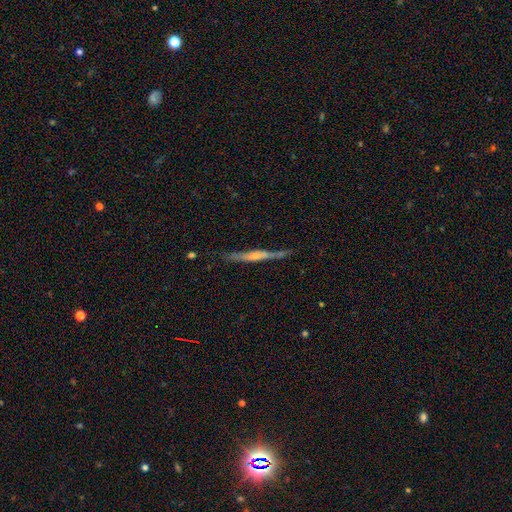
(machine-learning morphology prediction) type=featured or disk (69%); edge-on=yes (96%); edge-on bulge=rounded (58%); merging=none (78%).